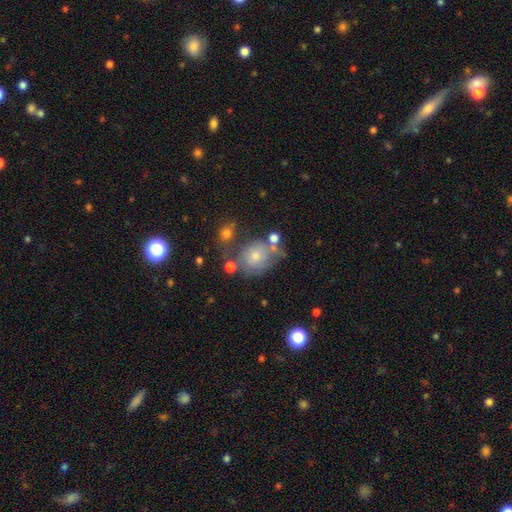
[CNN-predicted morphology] This appears to be a smooth galaxy with no disk features (60%) that is round (60%). Merging: none (48%).